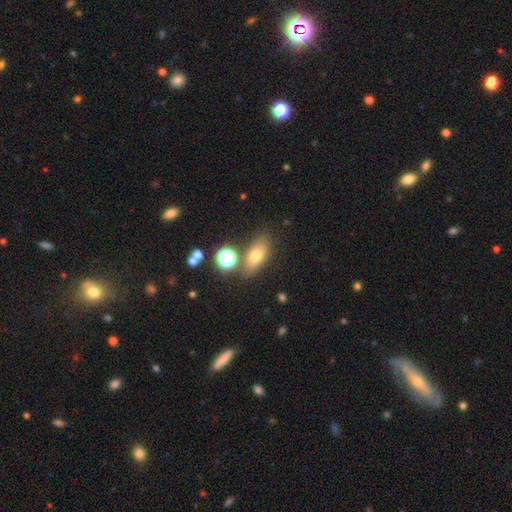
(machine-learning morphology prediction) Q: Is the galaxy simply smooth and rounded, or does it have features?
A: smooth — 70%.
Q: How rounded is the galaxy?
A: in between — 76%.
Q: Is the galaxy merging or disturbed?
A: none — 74%.